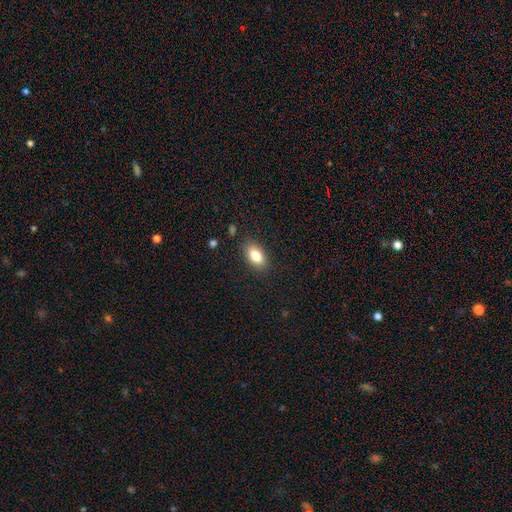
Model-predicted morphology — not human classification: This is clearly a smooth galaxy (83%). How rounded: clearly in between (90%). Merging: clearly none (86%).